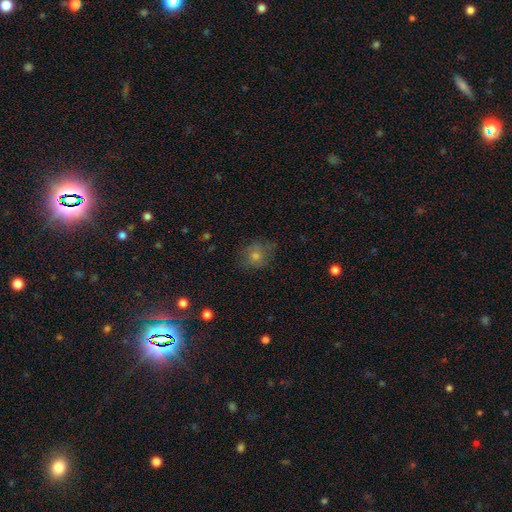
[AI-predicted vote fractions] Smooth or featured? Predicted: smooth (p=0.61). How rounded? Predicted: round (p=0.71). Merging? Predicted: none (p=0.73).